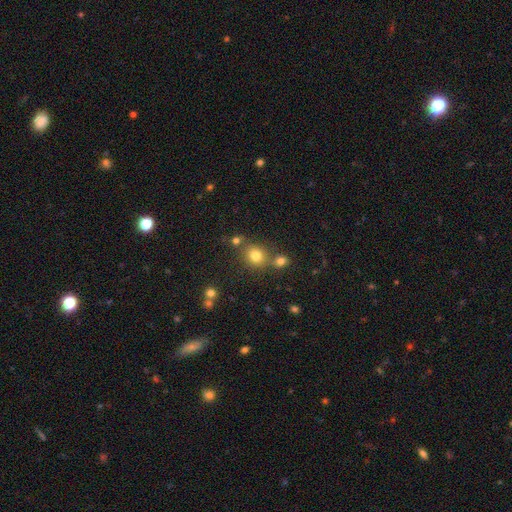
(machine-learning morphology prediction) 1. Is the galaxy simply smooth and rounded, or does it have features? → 77% smooth, 15% star or artifact, 8% featured or disk.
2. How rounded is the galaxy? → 80% round, 19% in between, 1% cigar-shaped.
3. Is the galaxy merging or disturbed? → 66% none, 20% merger, 10% minor disturbance, 4% major disturbance.